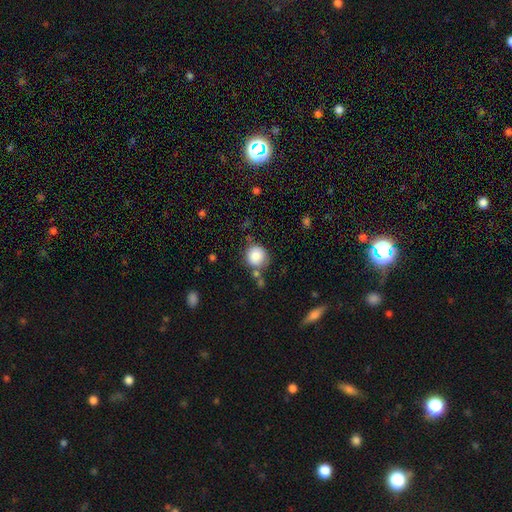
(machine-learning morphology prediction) Smooth or featured? Predicted: smooth (p=0.86). How rounded? Predicted: round (p=0.91). Merging? Predicted: none (p=0.72).